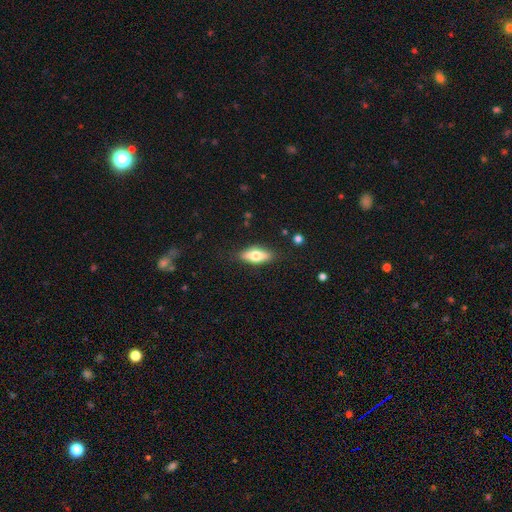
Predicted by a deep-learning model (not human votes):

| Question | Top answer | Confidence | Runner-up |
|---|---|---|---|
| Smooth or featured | smooth | 65% | featured or disk (28%) |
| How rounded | in between | 71% | cigar-shaped (26%) |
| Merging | none | 83% | minor disturbance (12%) |